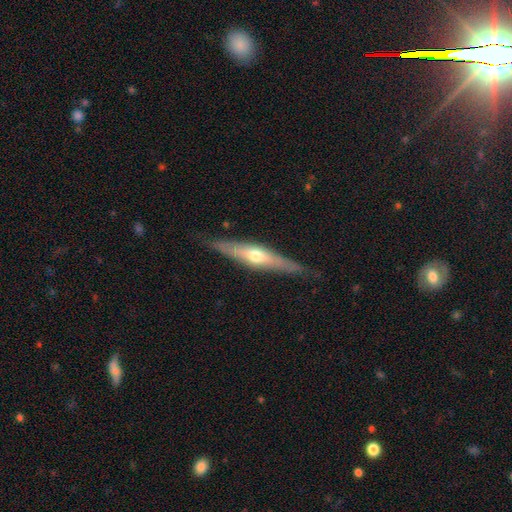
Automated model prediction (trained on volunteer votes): Smooth or featured?
  - featured or disk: 60% *
  - smooth: 34%
  - star or artifact: 5%
Edge-on disk?
  - yes: 90% *
  - no: 10%
Edge-on bulge?
  - rounded: 86% *
  - none: 9%
  - boxy: 5%
Merging?
  - none: 83% *
  - minor disturbance: 13%
  - major disturbance: 3%
  - merger: 1%